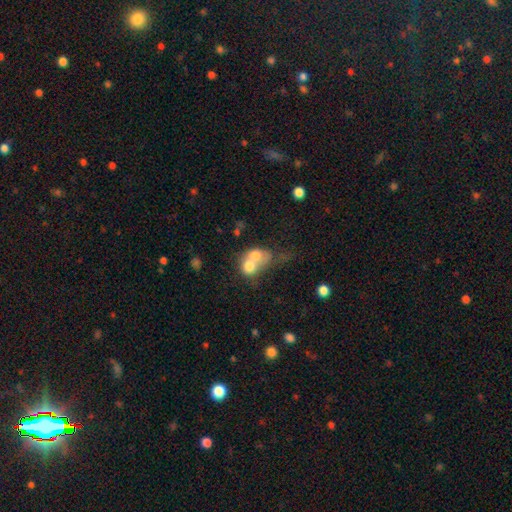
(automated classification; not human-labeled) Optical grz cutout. It shows a smooth galaxy with no disk features (64%) that is round (54%). Merging: merger (74%).